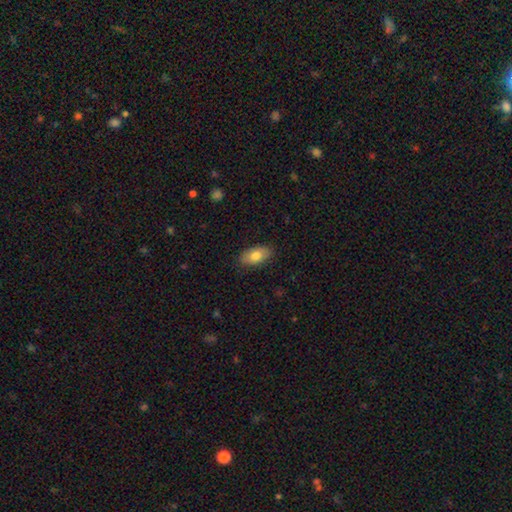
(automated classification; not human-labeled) This is likely a smooth galaxy (78%). How rounded: clearly in between (92%). Merging: clearly none (86%).